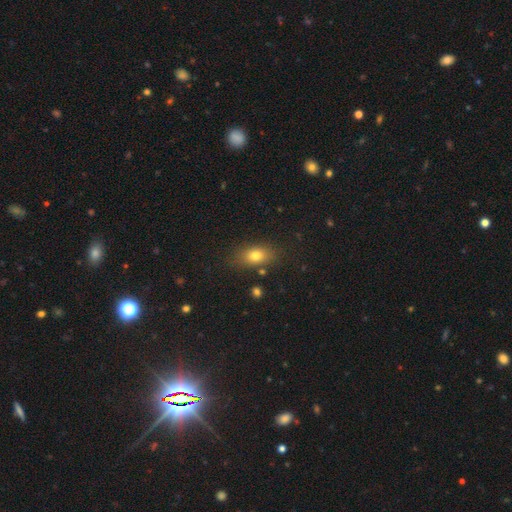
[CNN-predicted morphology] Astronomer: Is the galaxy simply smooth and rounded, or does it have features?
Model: smooth — 77%.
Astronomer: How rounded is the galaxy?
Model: in between — 79%.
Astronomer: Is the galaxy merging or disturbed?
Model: none — 80%.